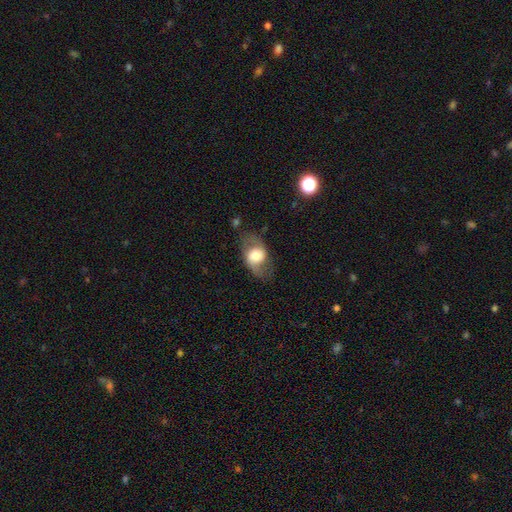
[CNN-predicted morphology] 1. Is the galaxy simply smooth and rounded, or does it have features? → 48% featured or disk, 44% smooth, 8% star or artifact.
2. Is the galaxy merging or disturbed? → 66% none, 19% minor disturbance, 13% major disturbance, 2% merger.